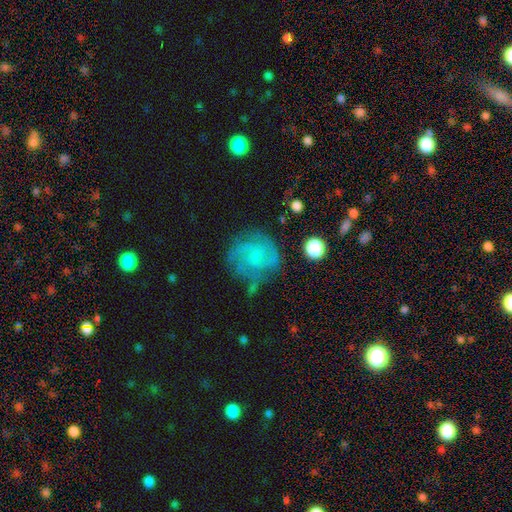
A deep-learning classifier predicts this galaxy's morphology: Q: Smooth or featured?
A: featured or disk (65%); runner-up: smooth (25%)
Q: Edge-on disk?
A: no (98%); runner-up: yes (2%)
Q: Bar?
A: no (69%); runner-up: weak (28%)
Q: Spiral arms?
A: yes (86%); runner-up: no (14%)
Q: Spiral winding?
A: medium (43%); runner-up: tight (41%)
Q: Spiral arm count?
A: can't tell (32%); runner-up: 2 (28%)
Q: Bulge size?
A: small (47%); runner-up: none (34%)
Q: Merging?
A: none (62%); runner-up: minor disturbance (22%)